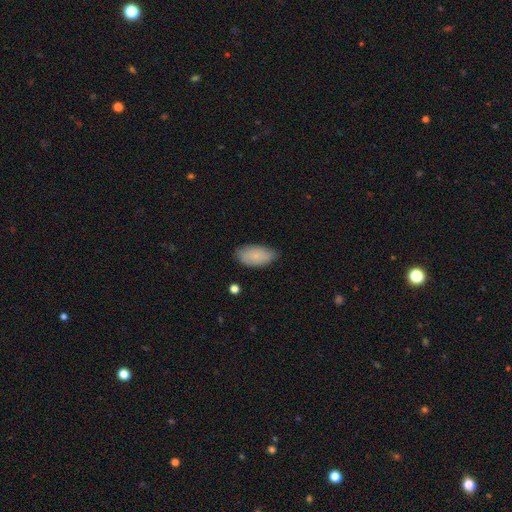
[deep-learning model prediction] A smooth galaxy with no disk features (82%) that is in between round and cigar-shaped (93%). Merging: none (75%).